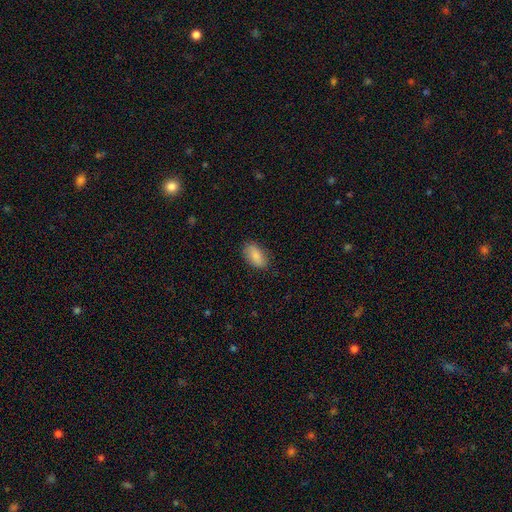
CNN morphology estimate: This appears to be a smooth galaxy with no disk features (86%) that is in between round and cigar-shaped (92%). Merging: none (82%).